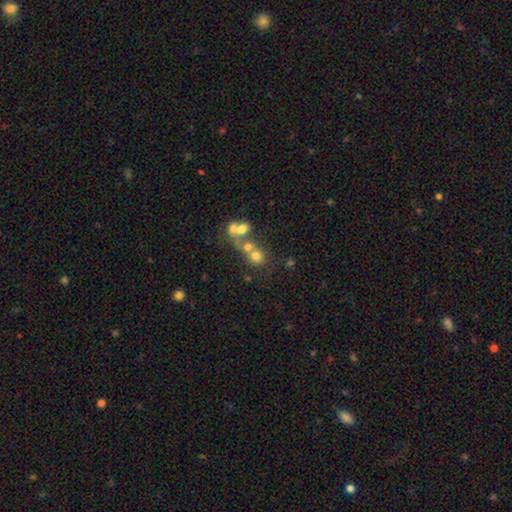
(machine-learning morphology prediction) This is likely a smooth galaxy (64%). How rounded: likely round (79%). Merging: possibly merger (47%).